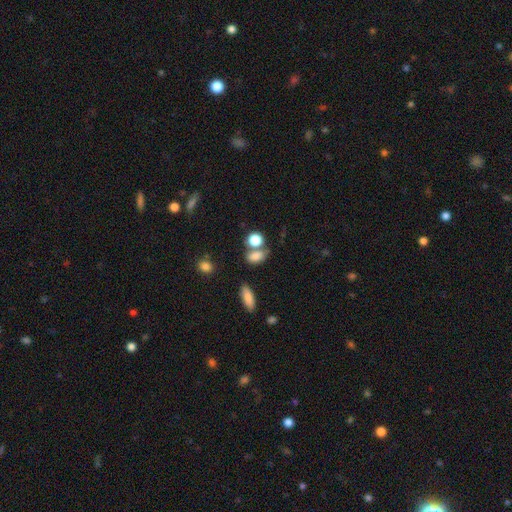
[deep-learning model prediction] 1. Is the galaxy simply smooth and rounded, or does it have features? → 81% smooth, 12% star or artifact, 8% featured or disk.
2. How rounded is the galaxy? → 66% in between, 31% round, 3% cigar-shaped.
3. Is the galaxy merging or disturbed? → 47% none, 33% merger, 14% minor disturbance, 7% major disturbance.